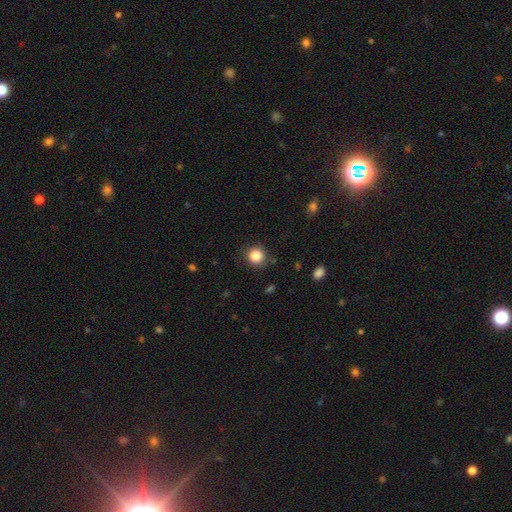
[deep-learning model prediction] This is clearly a smooth galaxy (84%). How rounded: clearly round (90%). Merging: clearly none (86%).